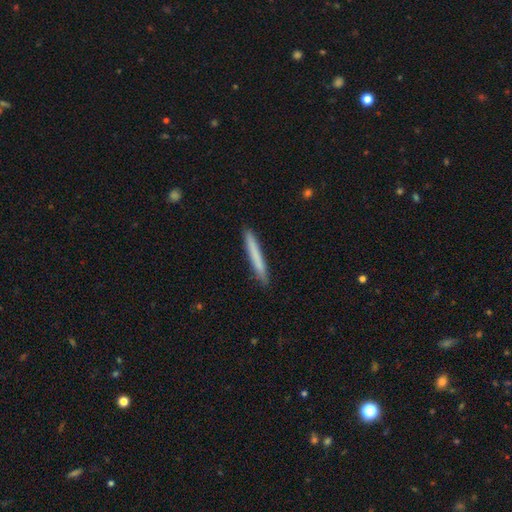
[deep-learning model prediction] smooth_or_featured: smooth (p=0.72) [alt: featured or disk p=0.22]
how_rounded: cigar-shaped (p=0.97) [alt: in between p=0.02]
merging: none (p=0.90) [alt: minor disturbance p=0.07]